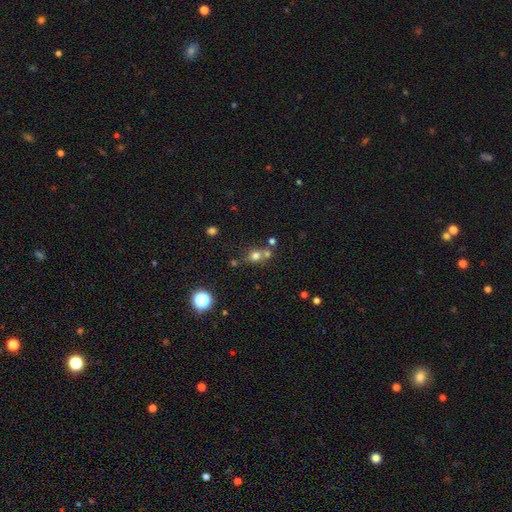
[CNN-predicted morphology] The model was most divided on "merging": none: 51%, merger: 34%, minor disturbance: 10%, major disturbance: 5%. More confident: how rounded — round (75%); smooth or featured — smooth (67%).